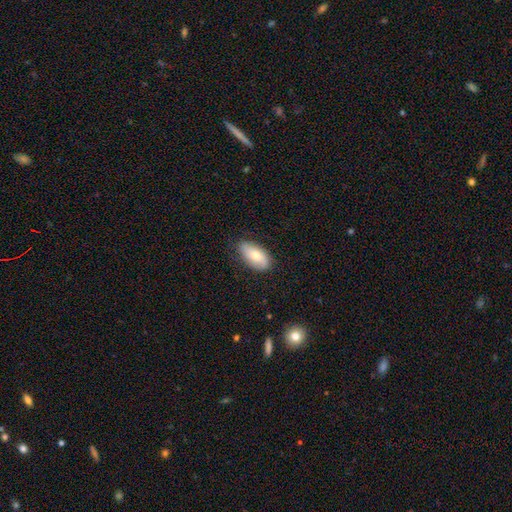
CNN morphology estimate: A smooth galaxy with no disk features (70%) that is in between round and cigar-shaped (91%).

Vote fractions:
- Smooth or featured? smooth: 70% / featured or disk: 24% / star or artifact: 6%
- How rounded? in between: 91% / cigar-shaped: 5% / round: 3%
- Merging? none: 77% / minor disturbance: 19% / major disturbance: 3% / merger: 1%